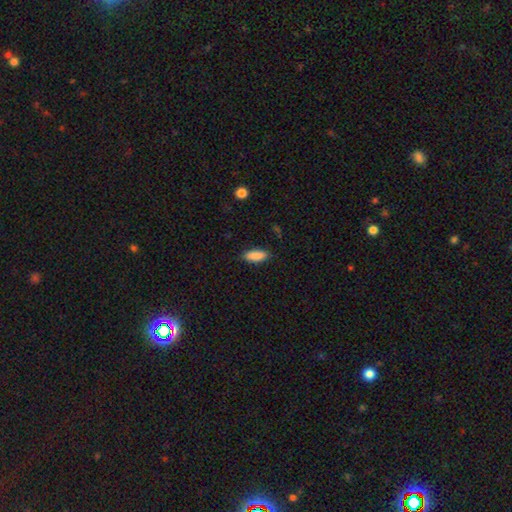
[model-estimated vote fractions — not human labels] Smooth or featured? smooth (89%)
How rounded? in between (73%)
Merging? none (87%)